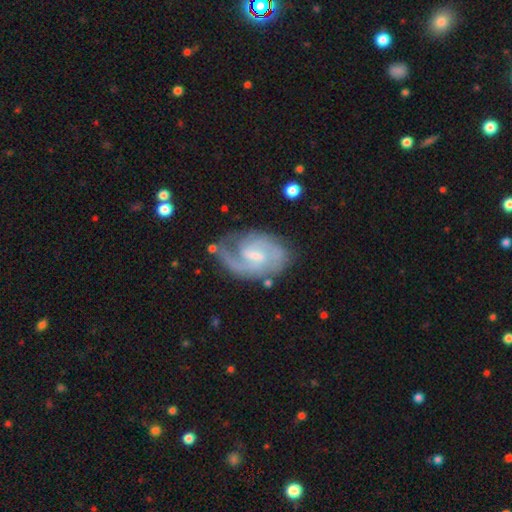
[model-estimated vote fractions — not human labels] Smooth or featured? Predicted: featured or disk (p=0.85). Edge-on disk? Predicted: no (p=0.97). Bar? Predicted: weak (p=0.63). Spiral arms? Predicted: yes (p=0.95). Spiral winding? Predicted: medium (p=0.46). Spiral arm count? Predicted: 2 (p=0.56). Bulge size? Predicted: small (p=0.56). Merging? Predicted: none (p=0.63).